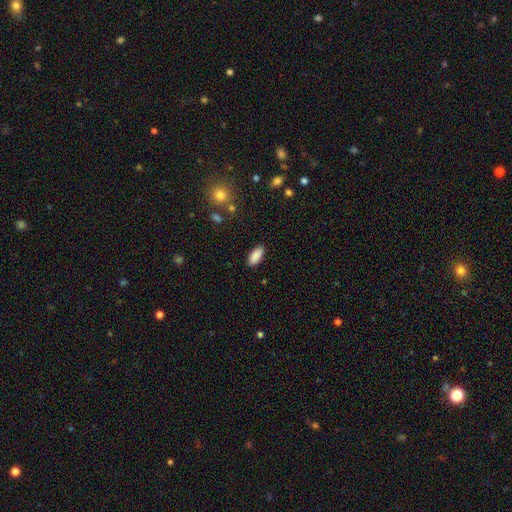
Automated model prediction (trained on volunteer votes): The model was most divided on "how rounded": in between: 84%, cigar-shaped: 14%, round: 2%. More confident: smooth or featured — smooth (89%); merging — none (89%).